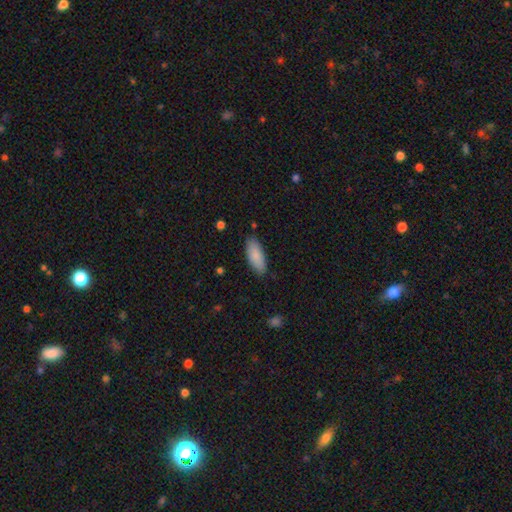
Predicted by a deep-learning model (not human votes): The model was most divided on "how rounded": in between: 80%, cigar-shaped: 19%, round: 2%. More confident: smooth or featured — smooth (86%); merging — none (82%).